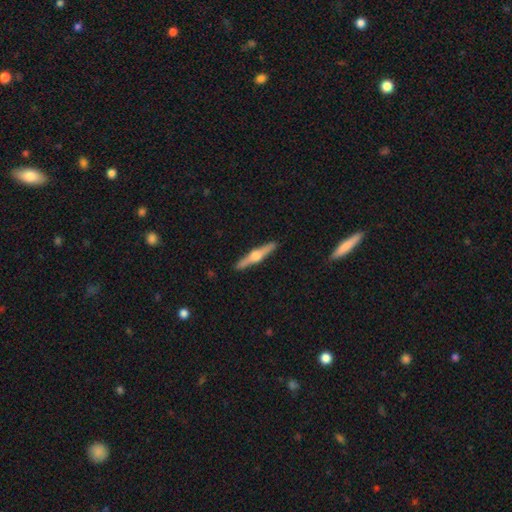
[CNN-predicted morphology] This appears to be a featured or disk galaxy (73%) viewed edge-on (98%) with a rounded central bulge (95%). Merging: none (92%).